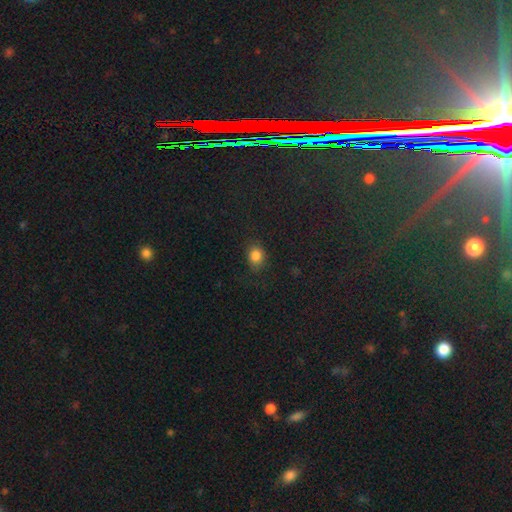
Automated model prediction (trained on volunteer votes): Overall: smooth (83%). How rounded: round (59%; in between 40%). Merging: none (78%).